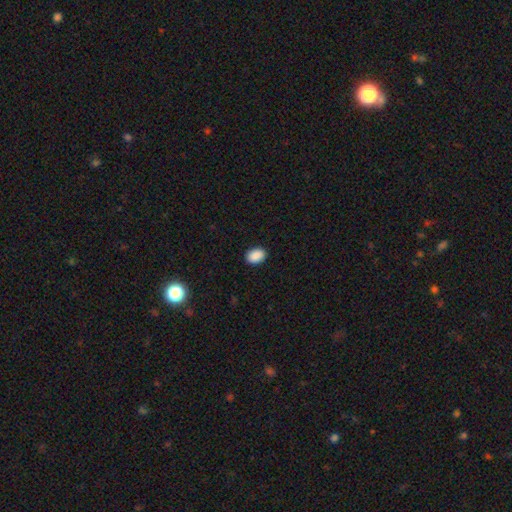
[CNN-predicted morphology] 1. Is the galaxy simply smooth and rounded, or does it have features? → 90% smooth, 8% star or artifact, 2% featured or disk.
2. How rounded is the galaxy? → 79% in between, 20% round, 1% cigar-shaped.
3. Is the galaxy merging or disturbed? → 90% none, 7% minor disturbance, 2% major disturbance, 1% merger.